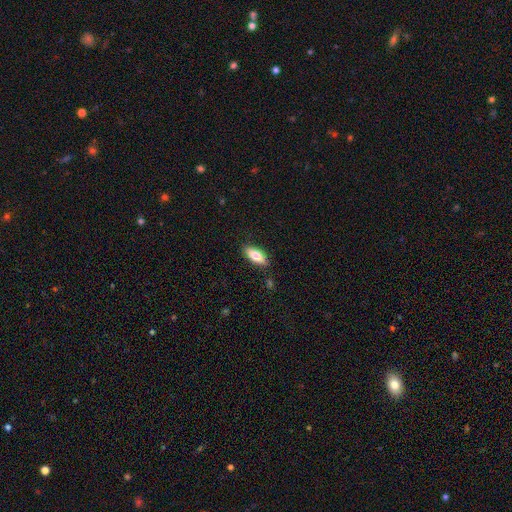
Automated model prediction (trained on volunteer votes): A smooth galaxy with no disk features (74%) that is in between round and cigar-shaped (72%). Merging: none (84%).